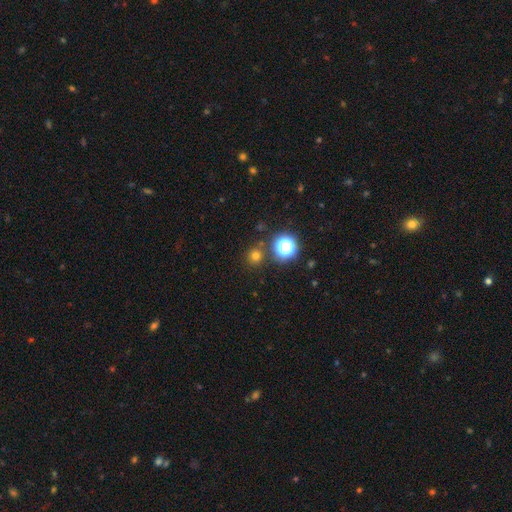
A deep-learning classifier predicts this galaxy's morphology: Smooth or featured?
  - smooth: 70% *
  - star or artifact: 24%
  - featured or disk: 6%
How rounded?
  - round: 94% *
  - in between: 5%
  - cigar-shaped: 1%
Merging?
  - none: 85% *
  - minor disturbance: 7%
  - merger: 5%
  - major disturbance: 3%